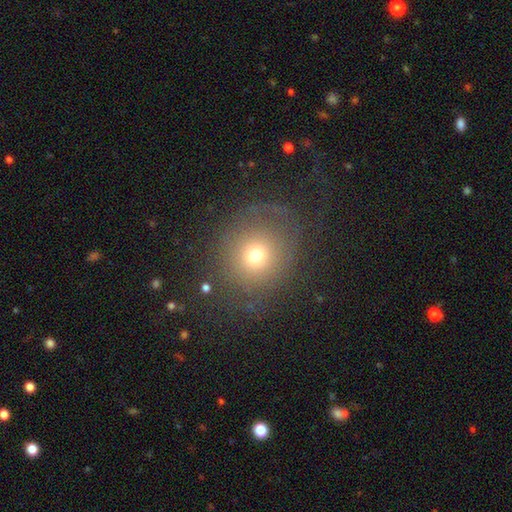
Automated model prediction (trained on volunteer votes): smooth_or_featured: smooth (p=0.64) [alt: featured or disk p=0.19]
how_rounded: round (p=0.86) [alt: in between p=0.13]
merging: none (p=0.67) [alt: major disturbance p=0.16]